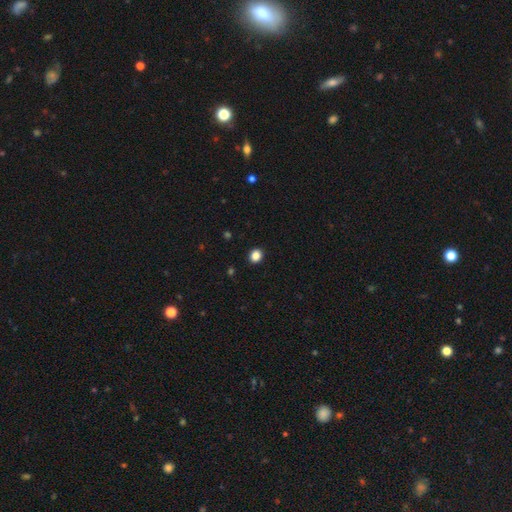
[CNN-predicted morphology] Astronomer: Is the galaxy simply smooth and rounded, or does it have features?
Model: smooth — 86%.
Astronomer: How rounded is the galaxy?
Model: round — 74%.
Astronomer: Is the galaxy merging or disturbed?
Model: none — 92%.